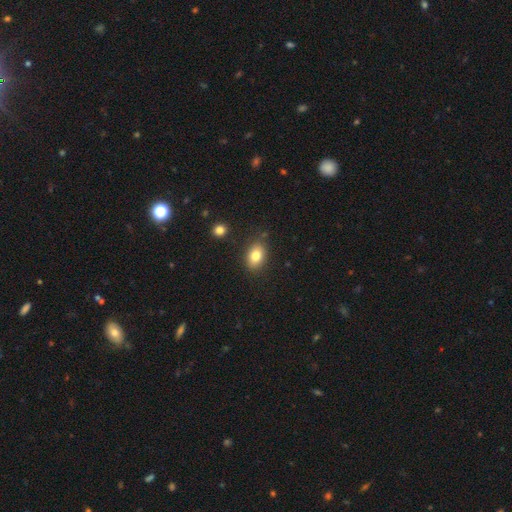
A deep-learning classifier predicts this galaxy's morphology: smooth-or-featured: smooth: 82% | featured or disk: 10% | star or artifact: 9%
  how-rounded: in between: 81% | round: 17% | cigar-shaped: 1%
  merging: none: 82% | minor disturbance: 12% | major disturbance: 3% | merger: 3%